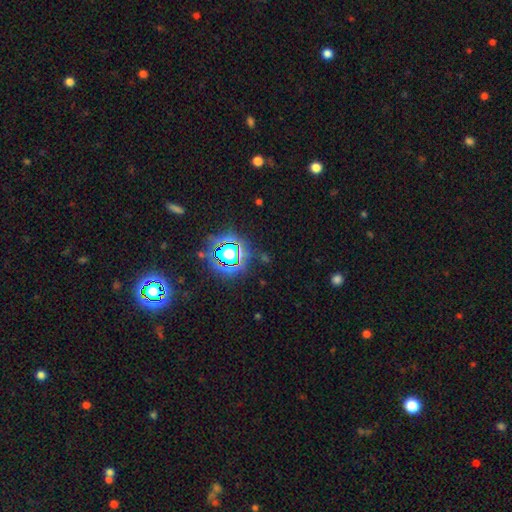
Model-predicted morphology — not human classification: A star or artifact, not a galaxy (81%).

Vote fractions:
- Smooth or featured? star or artifact: 81% / smooth: 11% / featured or disk: 8%